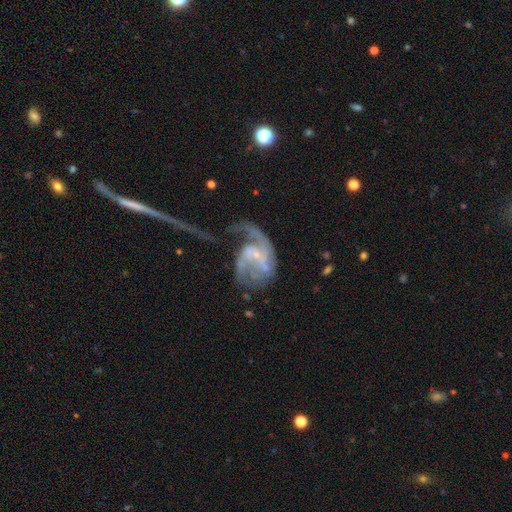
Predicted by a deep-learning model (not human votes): Smooth or featured: featured or disk — 83% (smooth — 10%)
Edge-on disk: no — 98% (yes — 2%)
Bar: no — 49% (weak — 40%)
Spiral arms: yes — 88% (no — 12%)
Spiral winding: loose — 47% (medium — 36%)
Spiral arm count: 2 — 38% (1 — 32%)
Bulge size: small — 67% (moderate — 16%)
Merging: major disturbance — 53% (none — 24%)